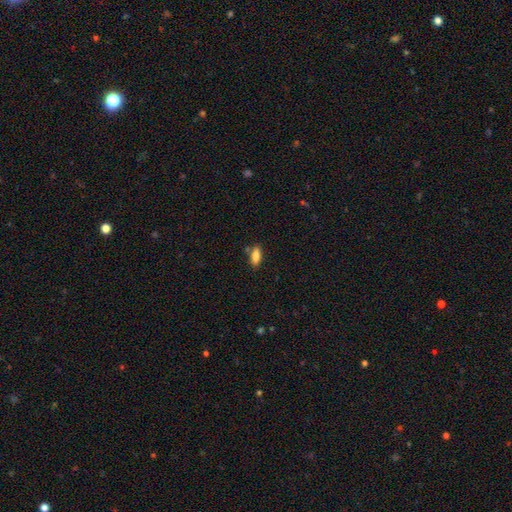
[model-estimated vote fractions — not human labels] A smooth galaxy with no disk features (84%) that is in between round and cigar-shaped (75%). Merging: none (79%).